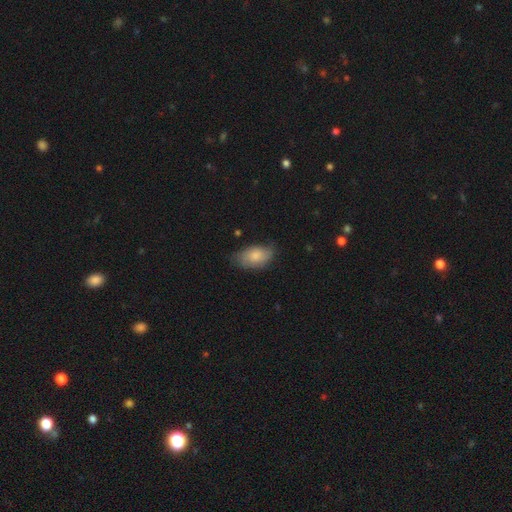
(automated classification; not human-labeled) Overall: smooth (77%). How rounded: in between (92%). Merging: none (63%; minor disturbance 29%).